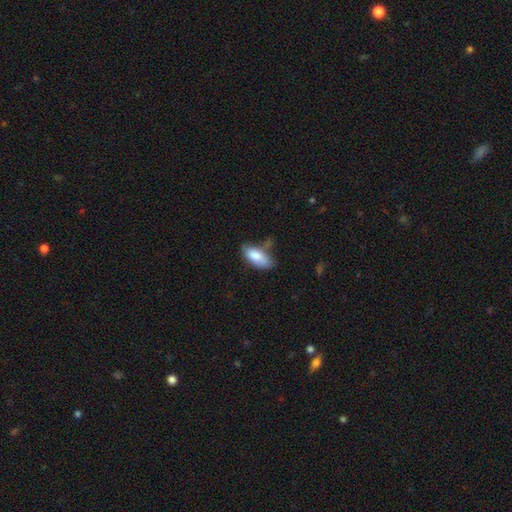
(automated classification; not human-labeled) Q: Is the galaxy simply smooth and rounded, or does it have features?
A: smooth — 82%.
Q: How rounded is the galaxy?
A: in between — 85%.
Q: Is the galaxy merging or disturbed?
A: none — 52%.